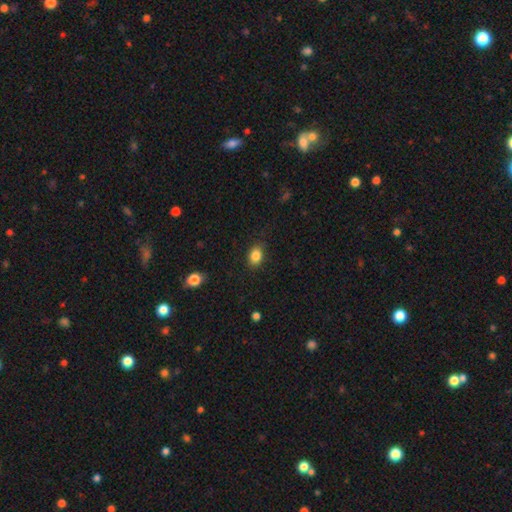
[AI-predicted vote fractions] smooth_or_featured: smooth (p=0.85) [alt: star or artifact p=0.09]
how_rounded: in between (p=0.73) [alt: round p=0.26]
merging: none (p=0.84) [alt: minor disturbance p=0.12]